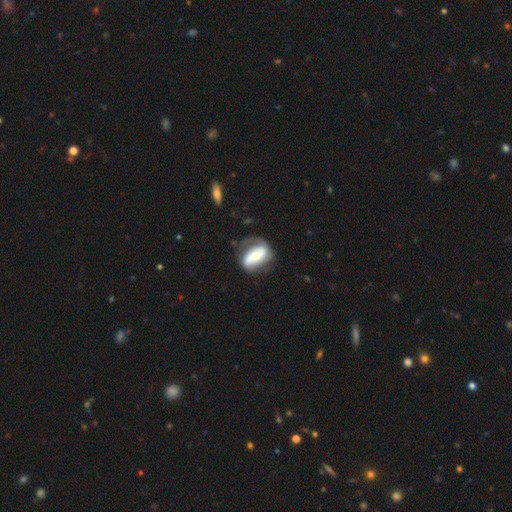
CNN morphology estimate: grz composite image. It shows a featured or disk galaxy (69%) with a strong bar (41%), 2 (71%) medium (37%) spiral arms (80%) and a moderate central bulge (58%). Merging: none (52%).